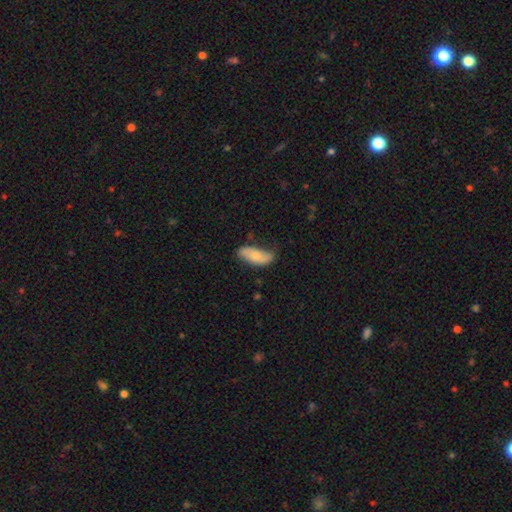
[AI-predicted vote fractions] This appears to be a smooth galaxy with no disk features (57%) that is in between round and cigar-shaped (84%). Merging: none (61%).